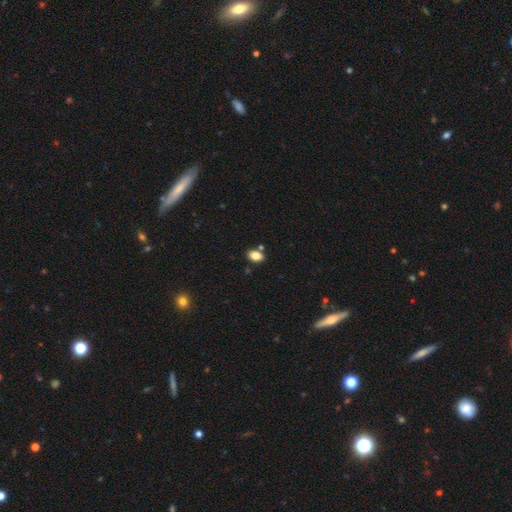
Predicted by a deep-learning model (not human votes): smooth-or-featured: smooth: 84% | star or artifact: 9% | featured or disk: 7%
  how-rounded: in between: 85% | round: 14% | cigar-shaped: 1%
  merging: none: 77% | minor disturbance: 11% | merger: 9% | major disturbance: 2%